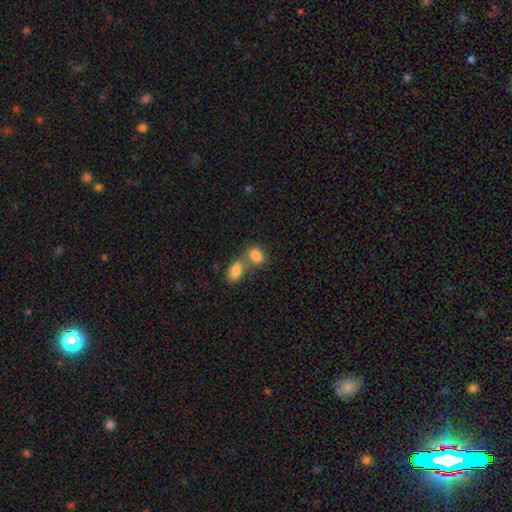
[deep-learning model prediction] This is clearly a smooth galaxy (84%). How rounded: possibly in between (55%). Merging: possibly merger (53%).